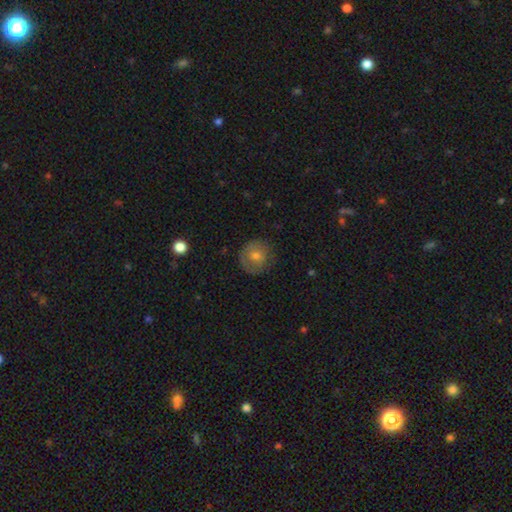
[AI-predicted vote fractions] smooth-or-featured: smooth: 63% | featured or disk: 28% | star or artifact: 8%
  how-rounded: round: 90% | in between: 9% | cigar-shaped: 1%
  merging: none: 75% | minor disturbance: 17% | major disturbance: 7% | merger: 1%